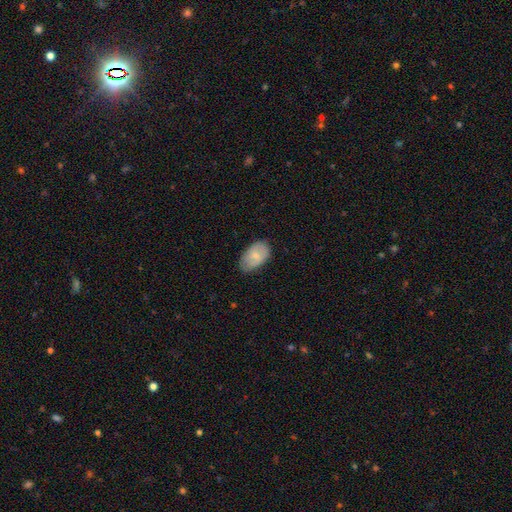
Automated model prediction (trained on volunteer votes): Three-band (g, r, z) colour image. It shows a smooth galaxy with no disk features (77%) that is in between round and cigar-shaped (93%). Merging: none (76%).